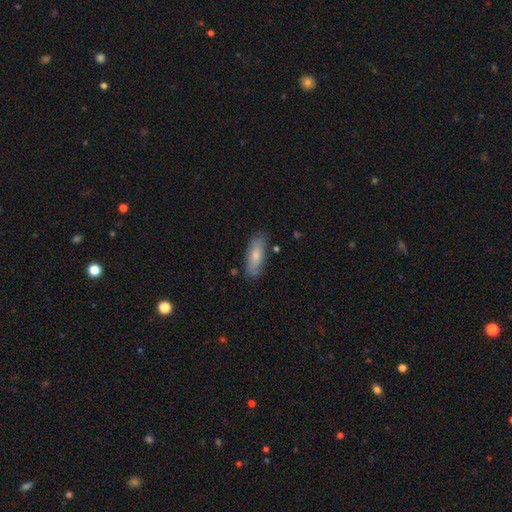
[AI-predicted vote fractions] Smooth or featured?
  - smooth: 75% *
  - featured or disk: 19%
  - star or artifact: 6%
How rounded?
  - in between: 62% *
  - cigar-shaped: 36%
  - round: 2%
Merging?
  - none: 81% *
  - minor disturbance: 14%
  - major disturbance: 3%
  - merger: 2%